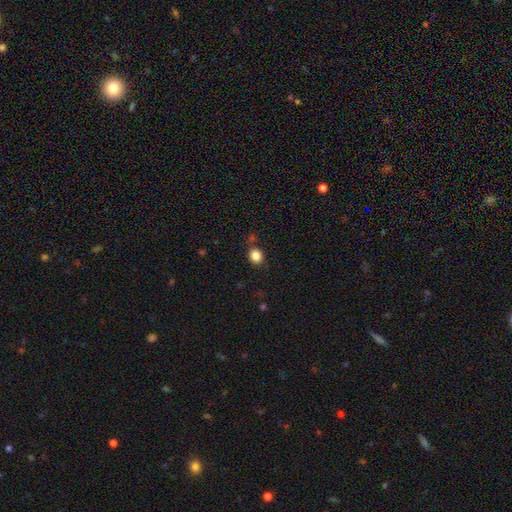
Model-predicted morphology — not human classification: Smooth or featured? Predicted: smooth (p=0.85). How rounded? Predicted: round (p=0.64). Merging? Predicted: none (p=0.79).